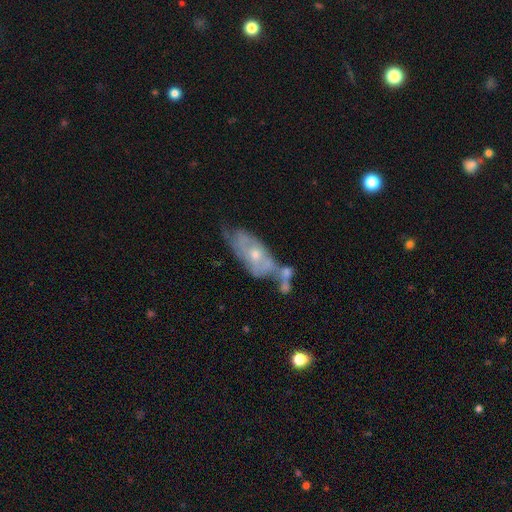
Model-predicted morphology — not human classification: Smooth or featured? Predicted: featured or disk (p=0.66). Edge-on disk? Predicted: no (p=0.87). Bar? Predicted: no (p=0.80). Spiral arms? Predicted: yes (p=0.60). Bulge size? Predicted: small (p=0.53). Merging? Predicted: merger (p=0.34).